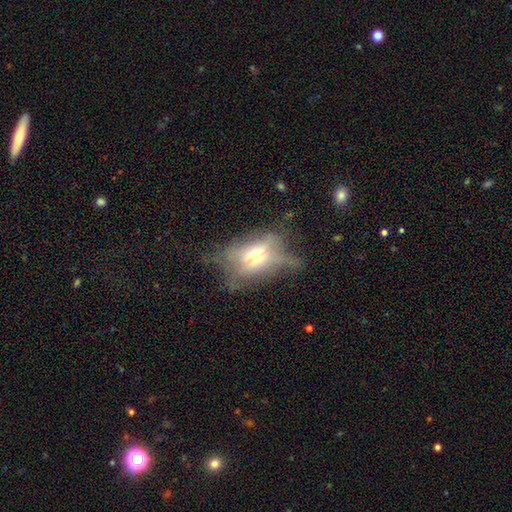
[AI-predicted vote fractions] Smooth or featured: featured or disk — 56% (smooth — 32%)
Edge-on disk: yes — 56% (no — 44%)
Merging: none — 43% (major disturbance — 28%)